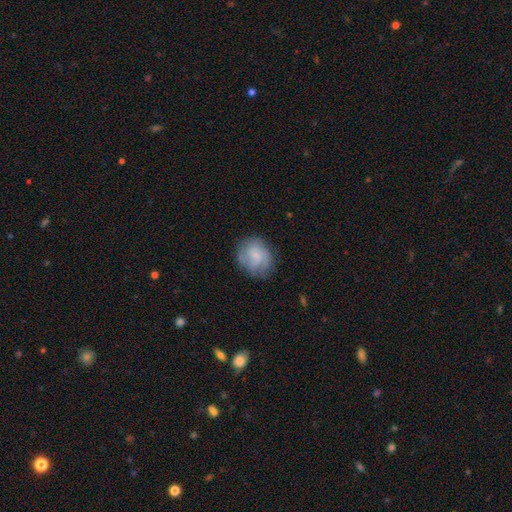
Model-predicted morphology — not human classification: A smooth galaxy with no disk features (49%).

Vote fractions:
- Smooth or featured? smooth: 49% / featured or disk: 43% / star or artifact: 8%
- Merging? none: 73% / minor disturbance: 18% / major disturbance: 7% / merger: 1%